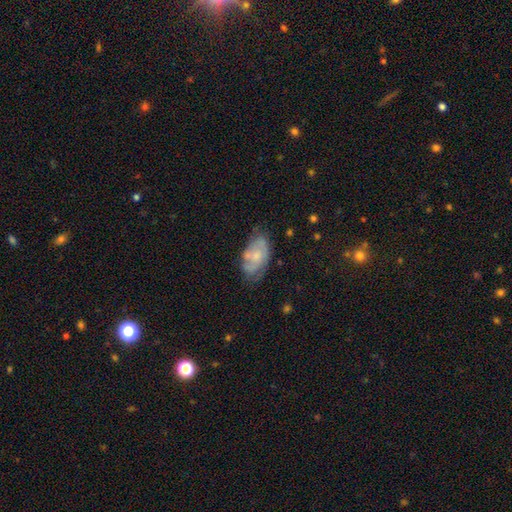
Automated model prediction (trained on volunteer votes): smooth_or_featured: featured or disk (p=0.57) [alt: smooth p=0.35]
disk_edge_on: no (p=0.95) [alt: yes p=0.05]
bar: no (p=0.76) [alt: weak p=0.21]
has_spiral_arms: yes (p=0.69) [alt: no p=0.31]
bulge_size: small (p=0.48) [alt: moderate p=0.37]
merging: none (p=0.56) [alt: minor disturbance p=0.28]